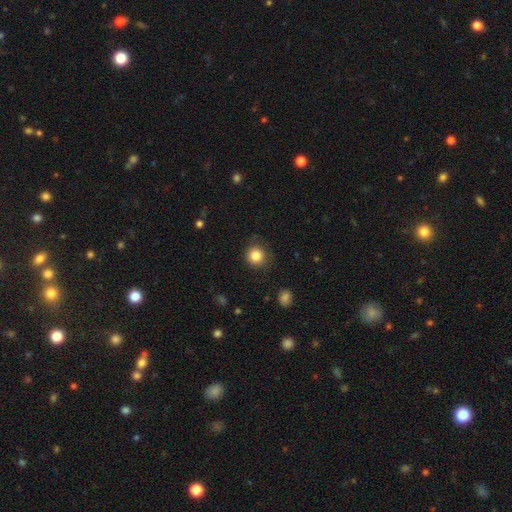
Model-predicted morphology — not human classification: type=smooth (84%); roundness=round (91%); merging=none (84%).